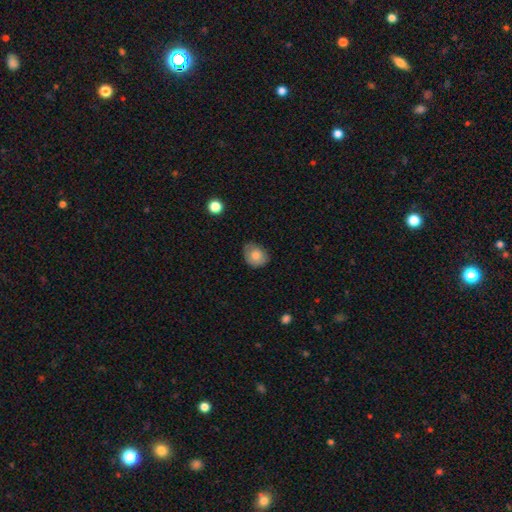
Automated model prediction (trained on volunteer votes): Smooth or featured: smooth — 78% (featured or disk — 14%)
How rounded: round — 52% (in between — 47%)
Merging: none — 69% (minor disturbance — 25%)